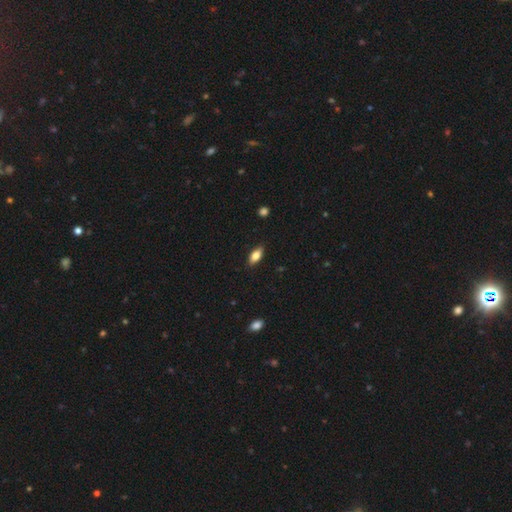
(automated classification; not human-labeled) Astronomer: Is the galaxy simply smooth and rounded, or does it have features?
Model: smooth — 79%.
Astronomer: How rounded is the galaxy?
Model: in between — 87%.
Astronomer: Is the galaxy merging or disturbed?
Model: none — 86%.